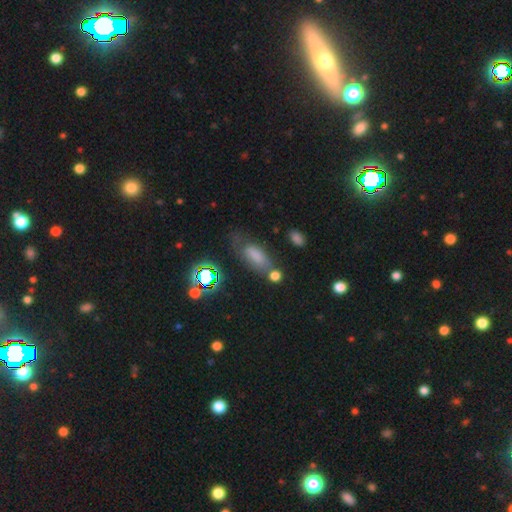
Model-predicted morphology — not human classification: Smooth or featured? Predicted: smooth (p=0.62). How rounded? Predicted: in between (p=0.74). Merging? Predicted: none (p=0.52).